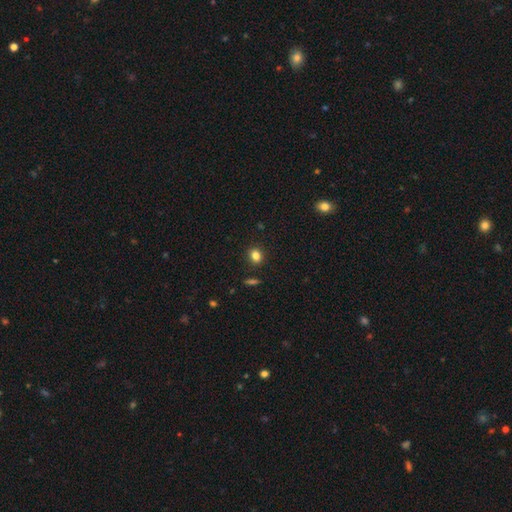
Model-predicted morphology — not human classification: A smooth galaxy with no disk features (82%) that is round (68%).

Vote fractions:
- Smooth or featured? smooth: 82% / star or artifact: 12% / featured or disk: 6%
- How rounded? round: 68% / in between: 31% / cigar-shaped: 1%
- Merging? none: 89% / minor disturbance: 7% / major disturbance: 2% / merger: 2%